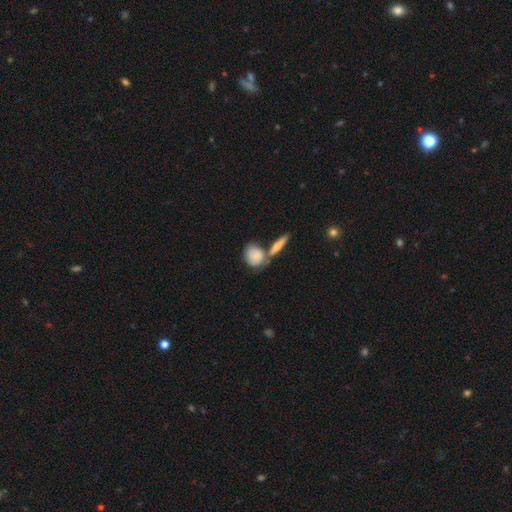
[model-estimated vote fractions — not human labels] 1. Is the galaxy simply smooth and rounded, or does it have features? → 65% smooth, 28% featured or disk, 7% star or artifact.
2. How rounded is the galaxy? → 54% round, 39% in between, 6% cigar-shaped.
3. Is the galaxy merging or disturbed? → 48% none, 32% merger, 15% minor disturbance, 5% major disturbance.